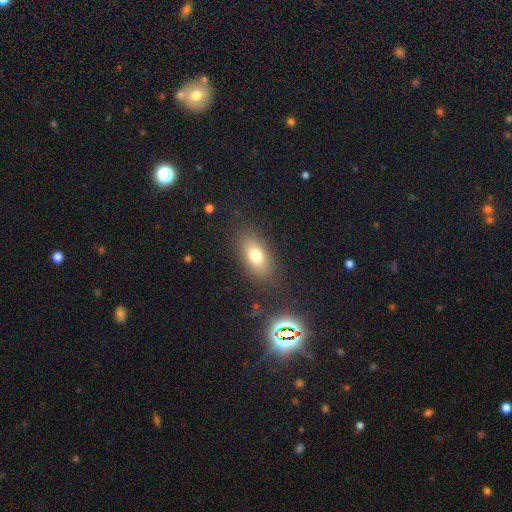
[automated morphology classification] A smooth galaxy with no disk features (74%) that is in between round and cigar-shaped (87%). Merging: none (83%).